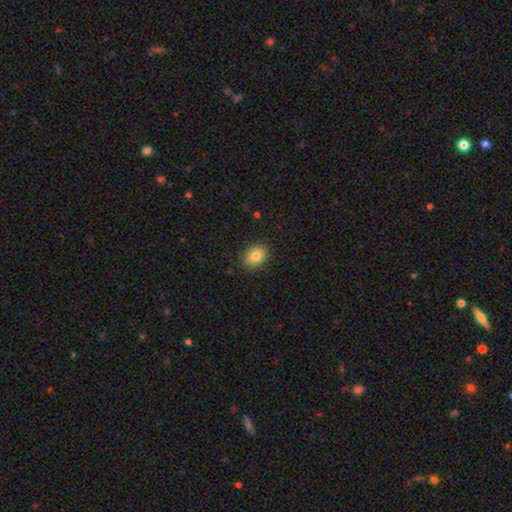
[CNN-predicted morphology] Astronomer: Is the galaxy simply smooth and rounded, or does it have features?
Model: smooth — 82%.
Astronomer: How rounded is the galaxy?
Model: in between — 53% (runner-up: round, 46%).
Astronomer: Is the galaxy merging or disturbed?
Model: none — 88%.